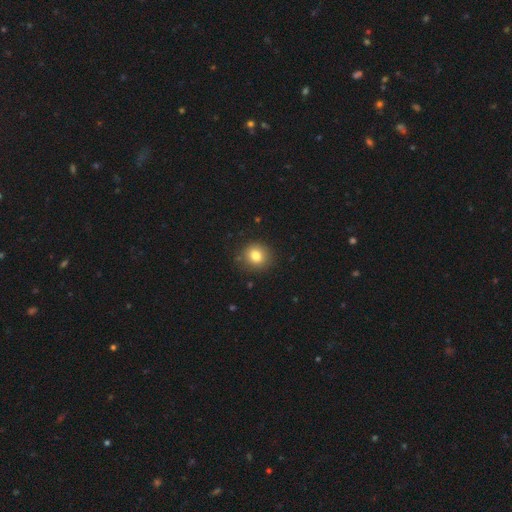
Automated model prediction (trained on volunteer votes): Q: Smooth or featured?
A: smooth (81%); runner-up: star or artifact (11%)
Q: How rounded?
A: round (84%); runner-up: in between (15%)
Q: Merging?
A: none (87%); runner-up: minor disturbance (9%)